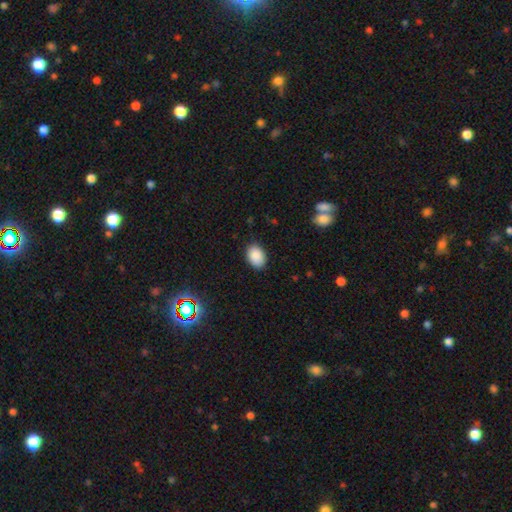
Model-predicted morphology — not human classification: smooth_or_featured: smooth (p=0.88) [alt: star or artifact p=0.08]
how_rounded: in between (p=0.76) [alt: round p=0.23]
merging: none (p=0.85) [alt: minor disturbance p=0.11]